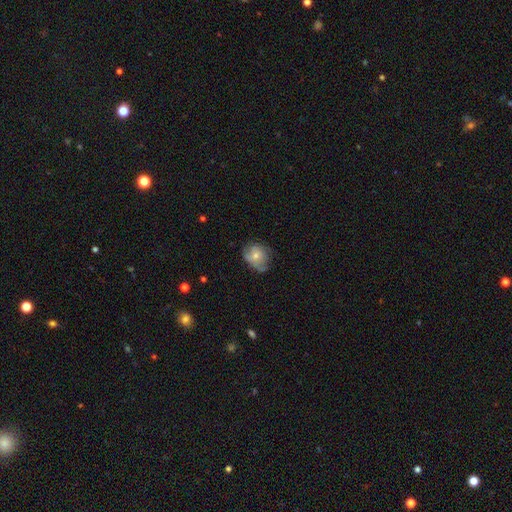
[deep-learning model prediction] This appears to be a smooth galaxy with no disk features (51%) that is round (52%). Merging: none (49%).